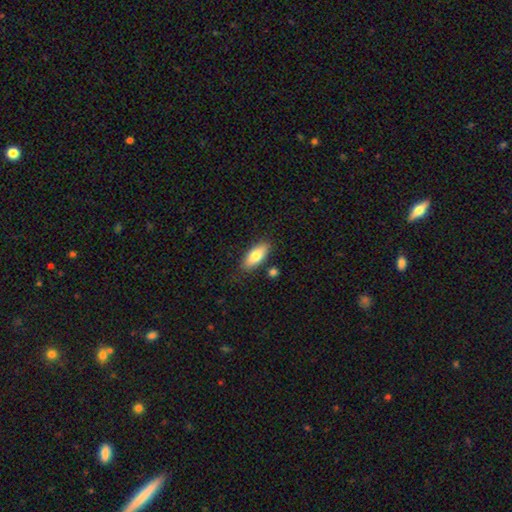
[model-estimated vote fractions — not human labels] Smooth or featured?
  - smooth: 75% *
  - featured or disk: 19%
  - star or artifact: 7%
How rounded?
  - in between: 81% *
  - cigar-shaped: 16%
  - round: 3%
Merging?
  - none: 82% *
  - minor disturbance: 11%
  - merger: 4%
  - major disturbance: 2%